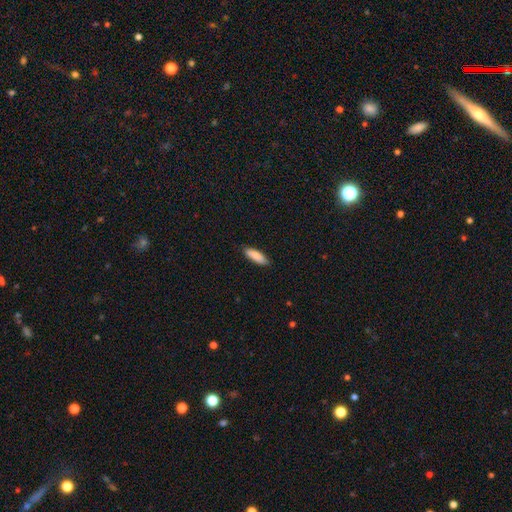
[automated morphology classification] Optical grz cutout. It shows a smooth galaxy with no disk features (87%) that is cigar-shaped (51%). Merging: none (87%).